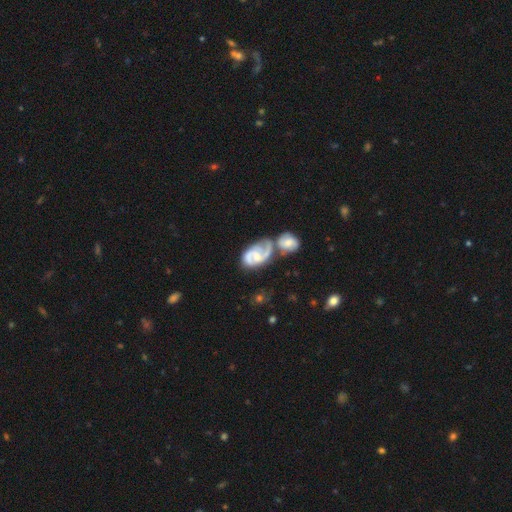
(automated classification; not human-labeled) This is clearly a featured or disk galaxy (82%). It is clearly not viewed edge-on (98%). Bar: possibly no (47%). Spiral arm pattern: clearly yes (94%). Spiral arm count: clearly 2 (81%). Spiral winding: possibly medium (50%). Central bulge: possibly small (46%). Merging: possibly merger (54%).